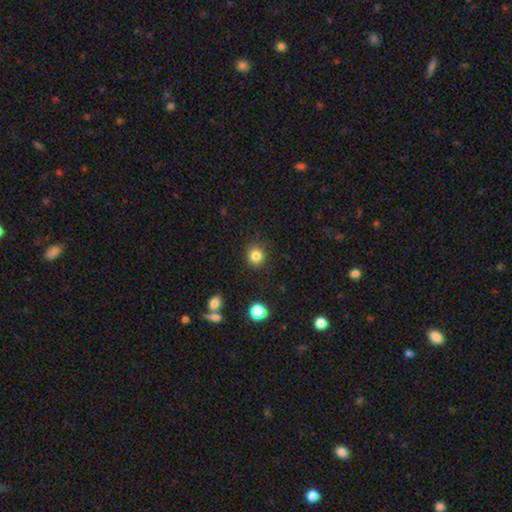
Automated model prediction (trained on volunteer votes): Smooth or featured: smooth — 84% (star or artifact — 11%)
How rounded: round — 89% (in between — 10%)
Merging: none — 90% (minor disturbance — 7%)